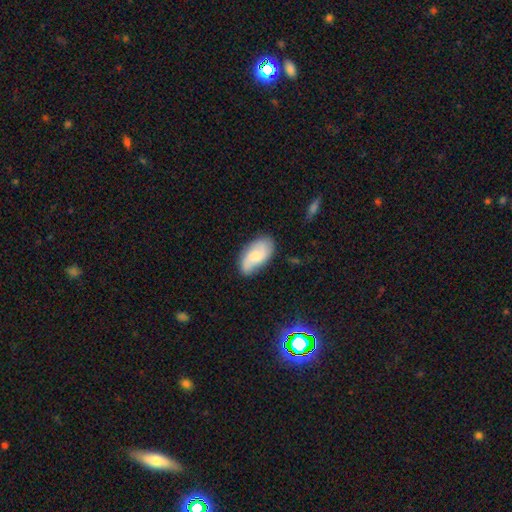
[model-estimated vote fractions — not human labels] Smooth or featured? smooth (51%)
How rounded? in between (93%)
Merging? none (72%)